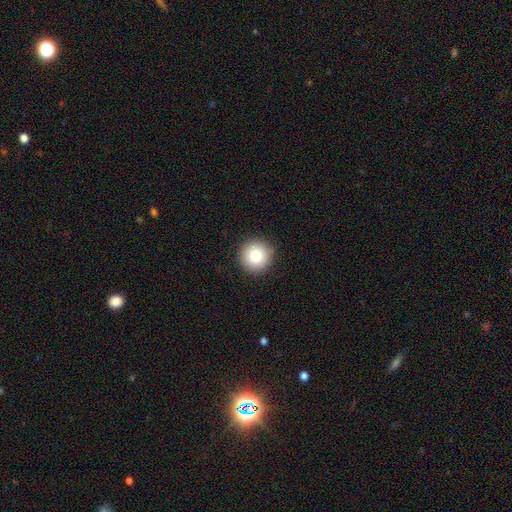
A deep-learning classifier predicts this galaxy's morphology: type=smooth (84%); roundness=round (95%); merging=none (92%).